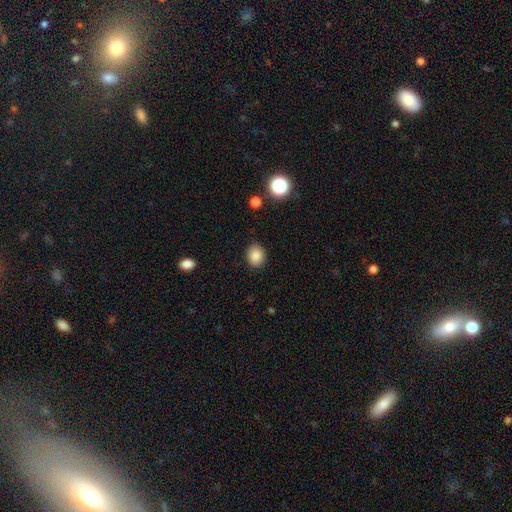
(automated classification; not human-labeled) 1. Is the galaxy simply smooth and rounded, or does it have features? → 86% smooth, 10% star or artifact, 4% featured or disk.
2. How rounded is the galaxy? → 51% round, 48% in between, 1% cigar-shaped.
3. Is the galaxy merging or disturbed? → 88% none, 9% minor disturbance, 3% major disturbance, 1% merger.